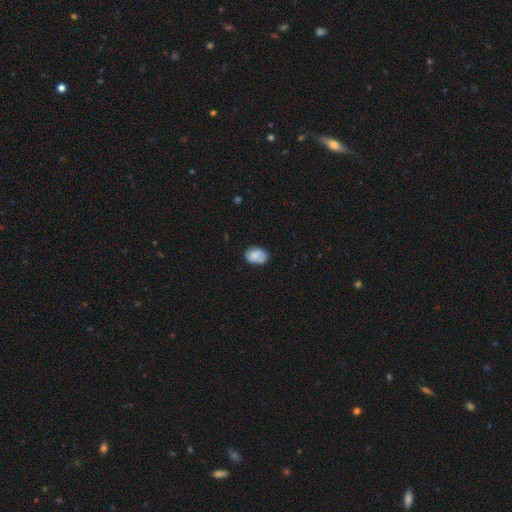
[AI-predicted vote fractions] smooth_or_featured: smooth (p=0.72) [alt: featured or disk p=0.20]
how_rounded: in between (p=0.76) [alt: round p=0.22]
merging: none (p=0.68) [alt: minor disturbance p=0.24]